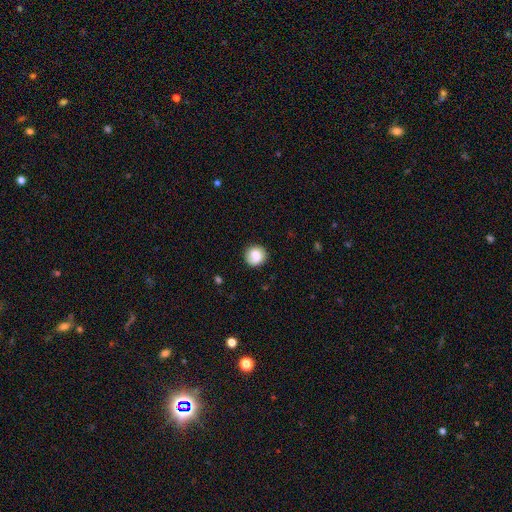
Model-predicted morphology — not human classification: Smooth or featured: smooth — 81% (featured or disk — 11%)
How rounded: round — 91% (in between — 8%)
Merging: none — 83% (minor disturbance — 12%)